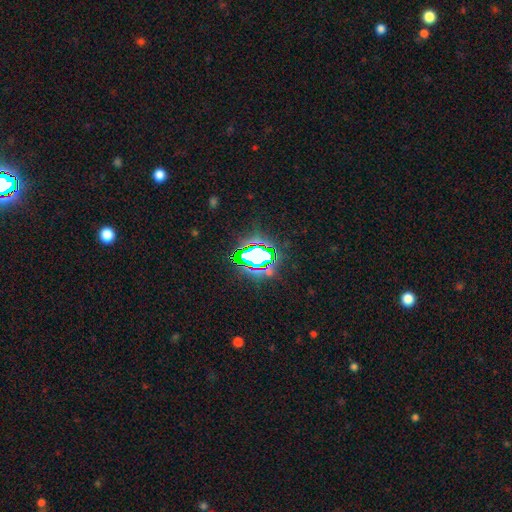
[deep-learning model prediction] star or artifact 63%, smooth 22%, featured or disk 14%.